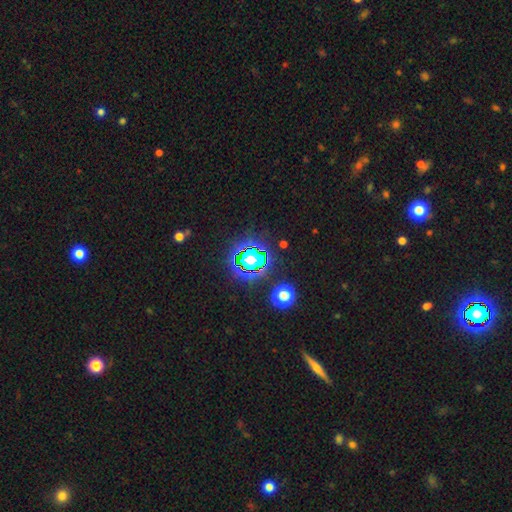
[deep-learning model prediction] Morphology: type=star or artifact (78%).